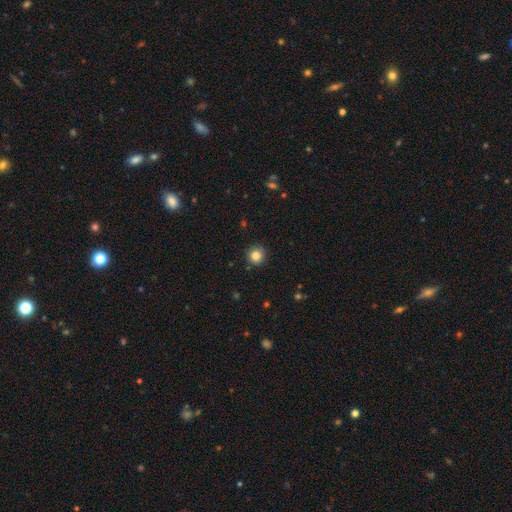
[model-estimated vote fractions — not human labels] Morphology: type=smooth (85%); roundness=round (93%); merging=none (89%).